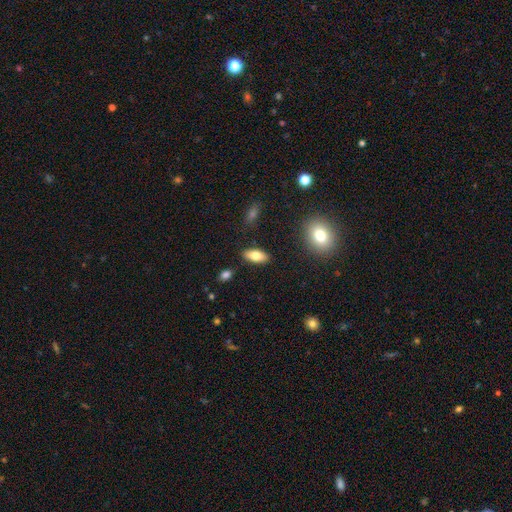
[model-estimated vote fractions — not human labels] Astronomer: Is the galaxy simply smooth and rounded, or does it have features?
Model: smooth — 75%.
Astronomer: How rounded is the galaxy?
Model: in between — 86%.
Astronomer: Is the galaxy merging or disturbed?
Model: none — 86%.